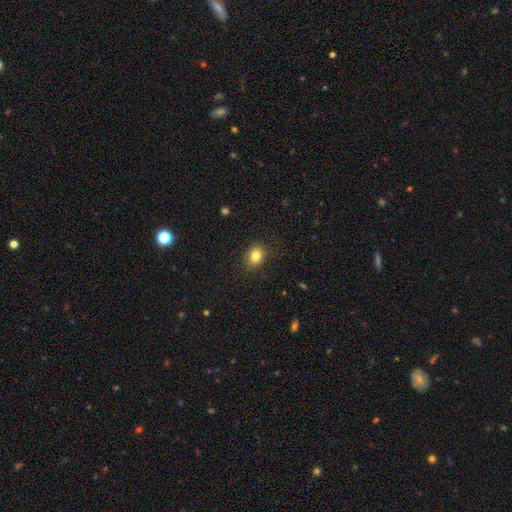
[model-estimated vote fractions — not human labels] Smooth or featured? Predicted: smooth (p=0.82). How rounded? Predicted: round (p=0.51). Merging? Predicted: none (p=0.87).